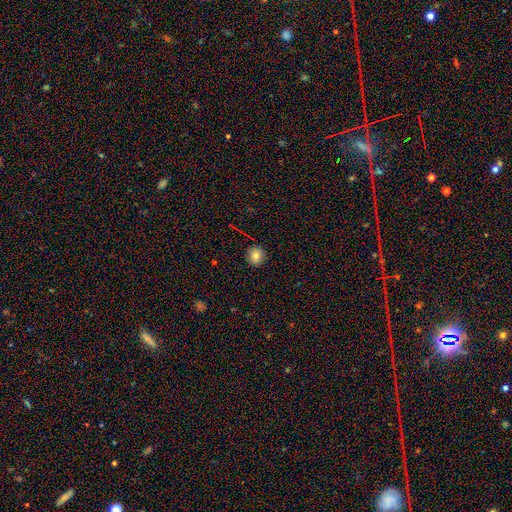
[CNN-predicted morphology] Overall: smooth (78%). How rounded: round (91%). Merging: none (91%).